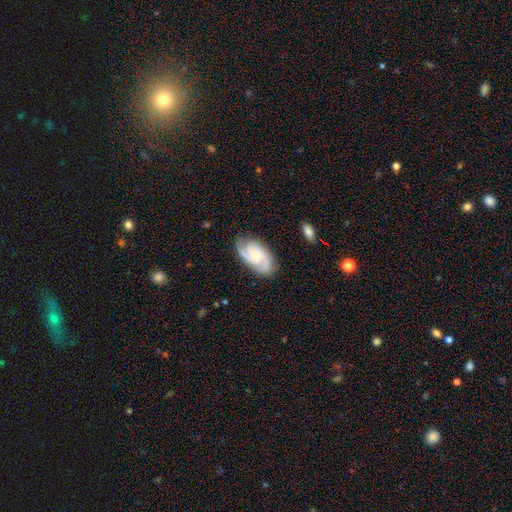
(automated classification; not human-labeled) Smooth or featured?
  - featured or disk: 82% *
  - smooth: 13%
  - star or artifact: 5%
Edge-on disk?
  - no: 96% *
  - yes: 4%
Bar?
  - no: 67% *
  - weak: 29%
  - strong: 4%
Spiral arms?
  - yes: 97% *
  - no: 3%
Spiral winding?
  - tight: 50% *
  - medium: 41%
  - loose: 9%
Spiral arm count?
  - 2: 41% *
  - 3: 35%
  - can't tell: 13%
  - 4: 5%
  - 1: 4%
  - more than 4: 3%
Bulge size?
  - small: 61% *
  - moderate: 33%
  - none: 3%
  - large: 2%
  - dominant: 1%
Merging?
  - none: 78% *
  - minor disturbance: 16%
  - major disturbance: 4%
  - merger: 1%